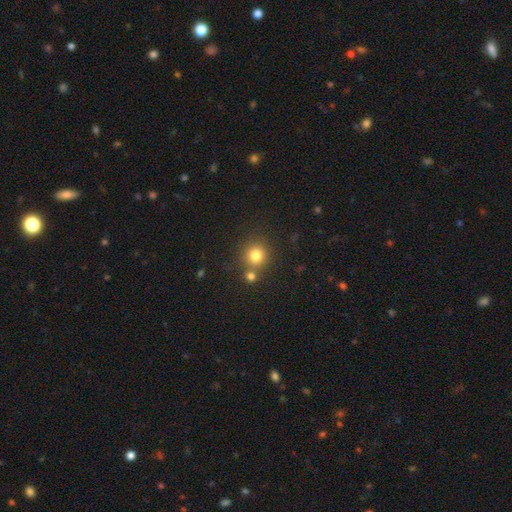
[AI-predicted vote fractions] smooth_or_featured: smooth (p=0.79) [alt: star or artifact p=0.14]
how_rounded: round (p=0.91) [alt: in between p=0.08]
merging: none (p=0.70) [alt: merger p=0.19]